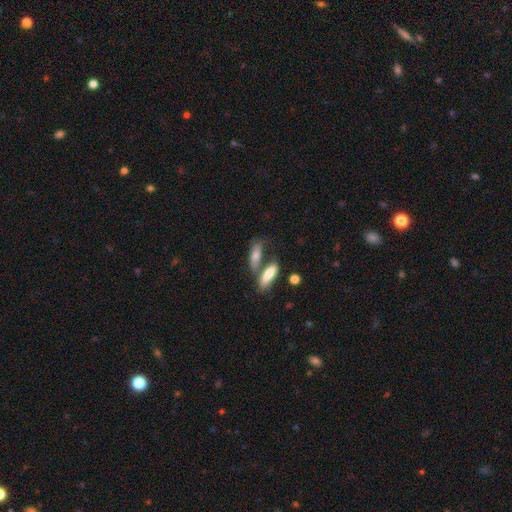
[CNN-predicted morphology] Overall: smooth (71%). How rounded: in between (52%; cigar-shaped 45%). Merging: none (42%; merger 38%).